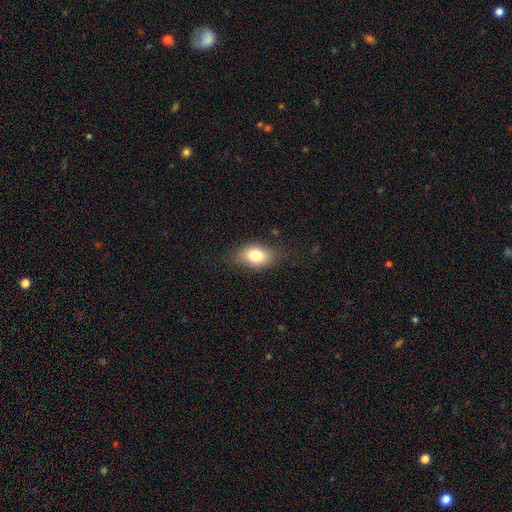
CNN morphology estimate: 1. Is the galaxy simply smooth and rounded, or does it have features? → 77% smooth, 13% featured or disk, 9% star or artifact.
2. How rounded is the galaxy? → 82% in between, 16% round, 2% cigar-shaped.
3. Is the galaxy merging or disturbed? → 78% none, 16% minor disturbance, 5% major disturbance, 1% merger.